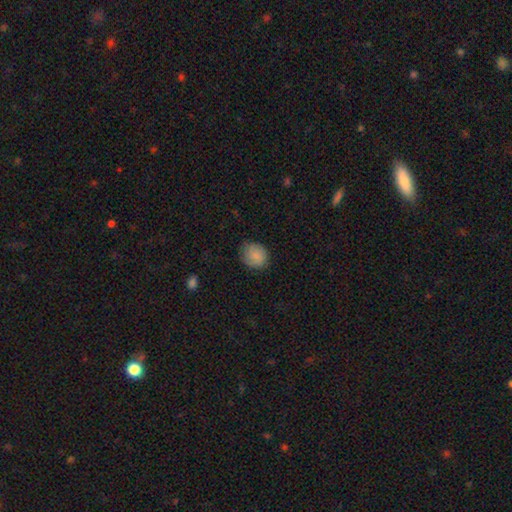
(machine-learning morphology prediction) The model was most divided on "how rounded": round: 75%, in between: 25%, cigar-shaped: 1%. More confident: smooth or featured — smooth (81%); merging — none (77%).